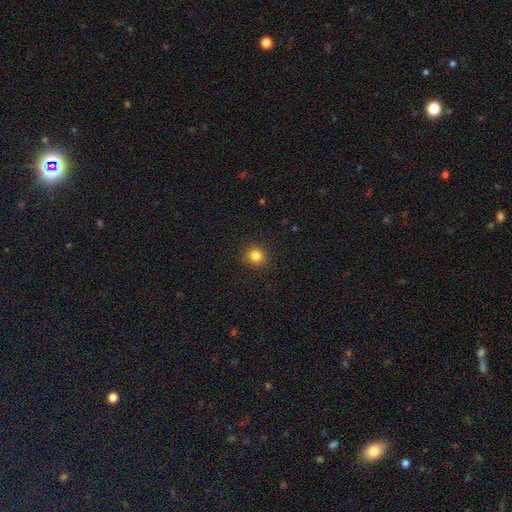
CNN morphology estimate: This is clearly a smooth galaxy (83%). How rounded: clearly round (89%). Merging: clearly none (90%).